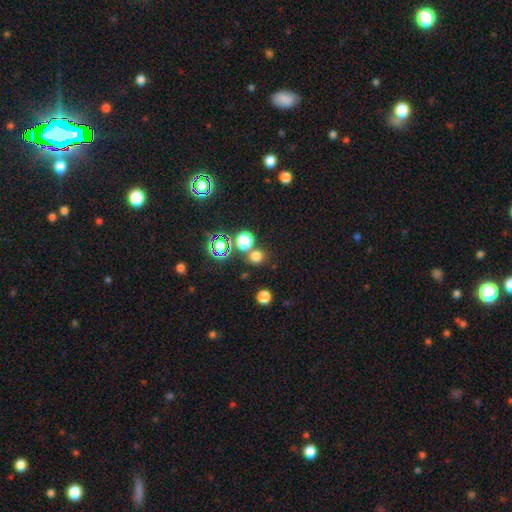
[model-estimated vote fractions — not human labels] Smooth or featured? Predicted: smooth (p=0.68). How rounded? Predicted: round (p=0.87). Merging? Predicted: none (p=0.74).